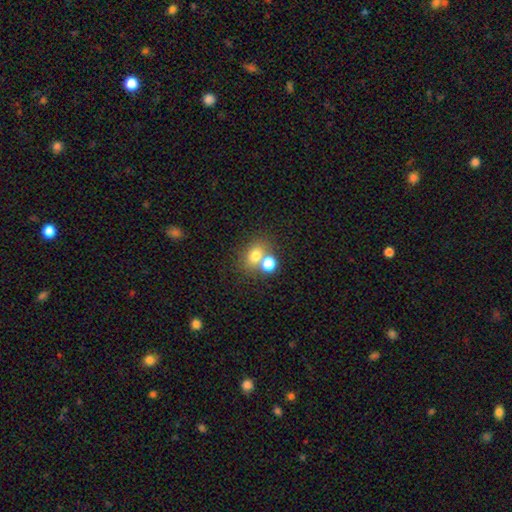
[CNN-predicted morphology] A smooth galaxy with no disk features (73%) that is round (50%).

Vote fractions:
- Smooth or featured? smooth: 73% / star or artifact: 15% / featured or disk: 12%
- How rounded? round: 50% / in between: 49% / cigar-shaped: 1%
- Merging? none: 52% / merger: 35% / minor disturbance: 9% / major disturbance: 4%